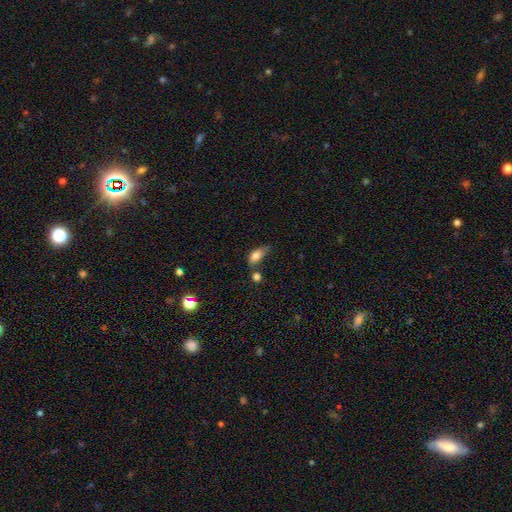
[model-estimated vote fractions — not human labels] smooth-or-featured: smooth: 80% | featured or disk: 11% | star or artifact: 9%
  how-rounded: in between: 86% | cigar-shaped: 8% | round: 6%
  merging: none: 36% | minor disturbance: 34% | merger: 16% | major disturbance: 14%